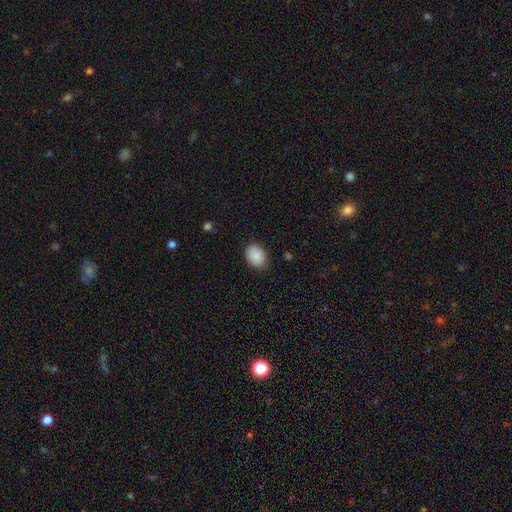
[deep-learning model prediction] Q: Smooth or featured?
A: smooth (89%); runner-up: star or artifact (7%)
Q: How rounded?
A: in between (68%); runner-up: round (31%)
Q: Merging?
A: none (84%); runner-up: minor disturbance (12%)